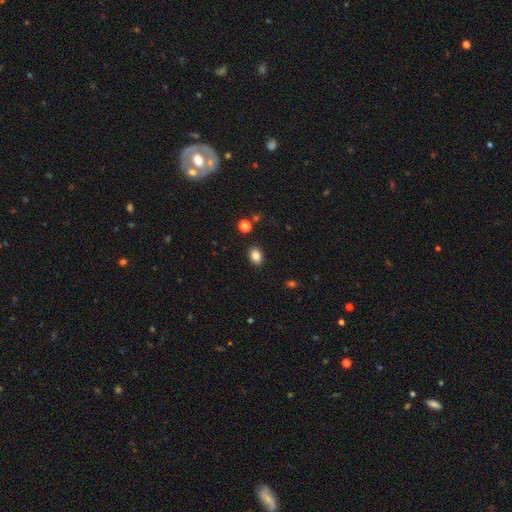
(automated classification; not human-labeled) Morphology: type=smooth (84%); roundness=in between (65%); merging=none (88%).